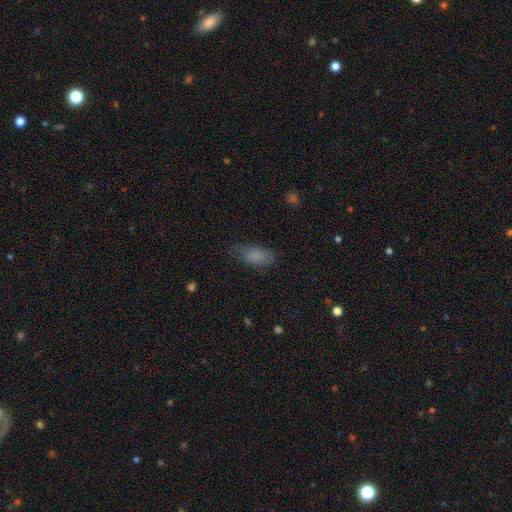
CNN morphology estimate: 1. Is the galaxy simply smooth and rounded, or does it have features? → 83% smooth, 9% star or artifact, 9% featured or disk.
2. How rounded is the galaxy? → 85% in between, 12% cigar-shaped, 3% round.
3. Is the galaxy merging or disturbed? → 64% none, 26% minor disturbance, 9% major disturbance, 2% merger.